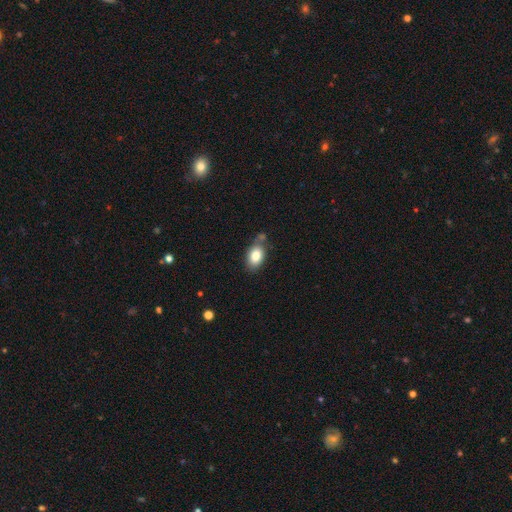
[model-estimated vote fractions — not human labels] This appears to be a smooth galaxy with no disk features (82%) that is in between round and cigar-shaped (86%). Merging: none (61%).